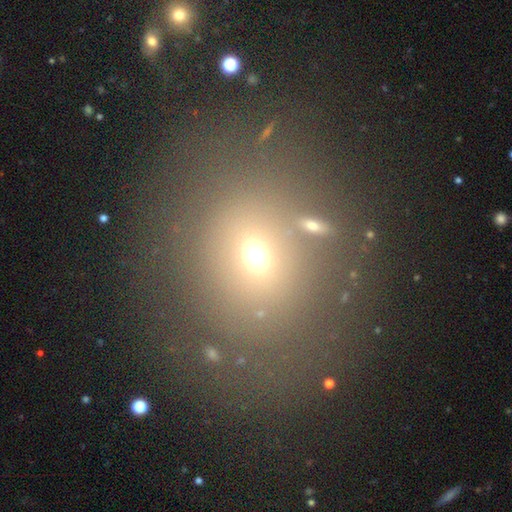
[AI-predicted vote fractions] A smooth galaxy with no disk features (60%) that is round (60%). Merging: none (73%).